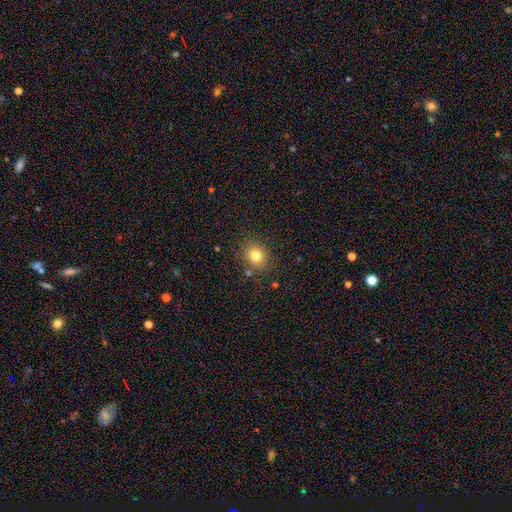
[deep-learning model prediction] Smooth or featured? Predicted: smooth (p=0.79). How rounded? Predicted: round (p=0.71). Merging? Predicted: none (p=0.83).